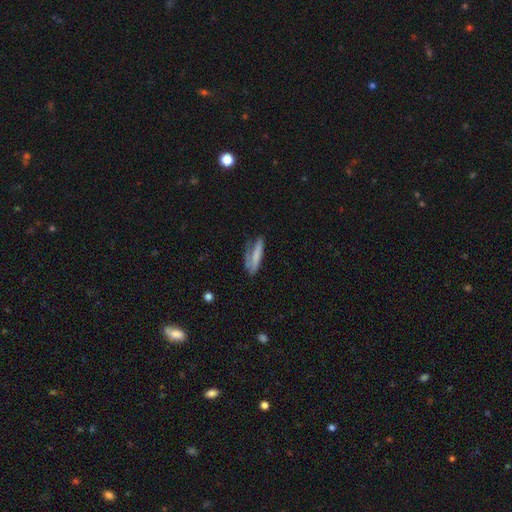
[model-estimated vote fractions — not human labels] A smooth galaxy with no disk features (66%) that is cigar-shaped (68%).

Vote fractions:
- Smooth or featured? smooth: 66% / featured or disk: 27% / star or artifact: 7%
- How rounded? cigar-shaped: 68% / in between: 30% / round: 2%
- Merging? none: 45% / minor disturbance: 30% / major disturbance: 21% / merger: 4%